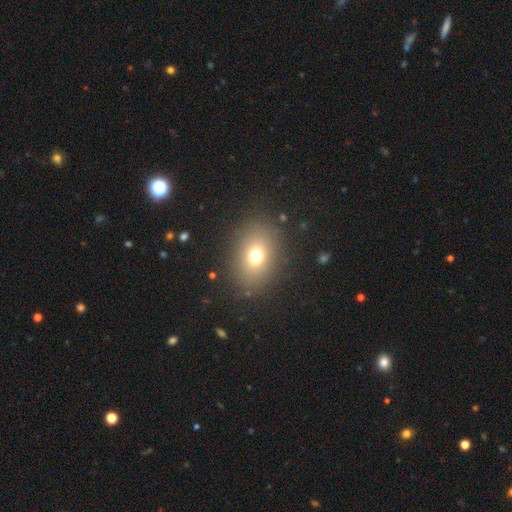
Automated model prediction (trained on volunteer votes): This is likely a smooth galaxy (72%). How rounded: likely in between (63%). Merging: clearly none (86%).